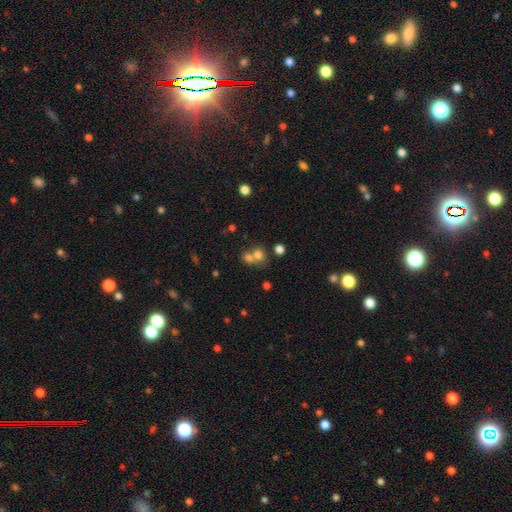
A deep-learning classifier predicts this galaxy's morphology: Q: Smooth or featured?
A: smooth (72%); runner-up: star or artifact (15%)
Q: How rounded?
A: round (73%); runner-up: in between (25%)
Q: Merging?
A: merger (54%); runner-up: none (36%)